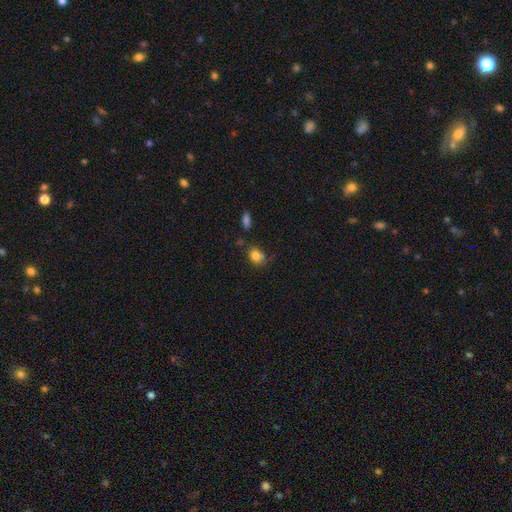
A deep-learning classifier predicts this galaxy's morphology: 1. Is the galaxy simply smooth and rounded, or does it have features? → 82% smooth, 11% star or artifact, 7% featured or disk.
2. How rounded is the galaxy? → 50% in between, 49% round, 1% cigar-shaped.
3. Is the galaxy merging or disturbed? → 58% none, 26% minor disturbance, 8% merger, 8% major disturbance.